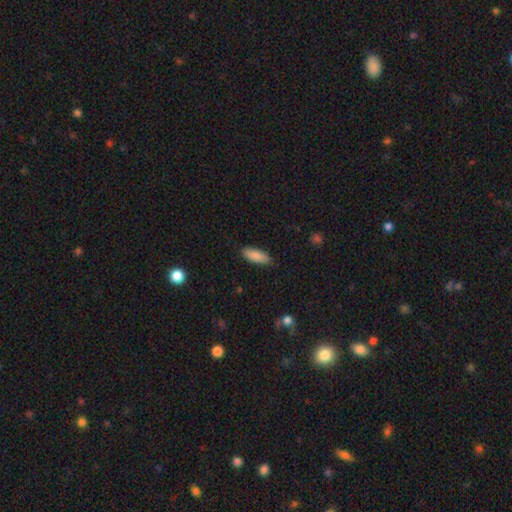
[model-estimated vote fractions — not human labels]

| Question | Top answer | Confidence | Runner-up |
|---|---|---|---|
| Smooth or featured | smooth | 88% | star or artifact (6%) |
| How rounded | in between | 66% | cigar-shaped (33%) |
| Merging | none | 84% | minor disturbance (12%) |